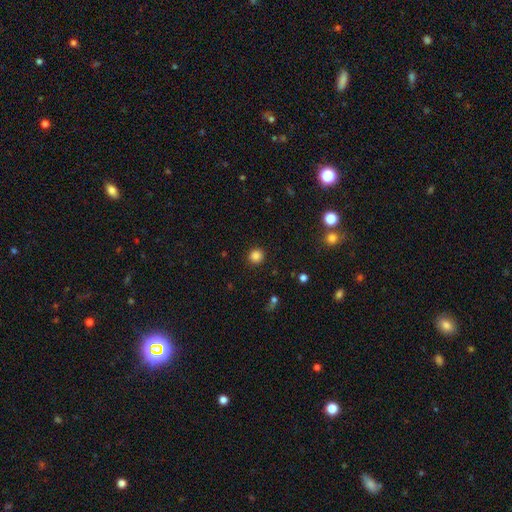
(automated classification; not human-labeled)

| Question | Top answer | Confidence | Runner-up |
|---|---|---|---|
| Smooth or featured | smooth | 85% | star or artifact (12%) |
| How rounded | round | 92% | in between (8%) |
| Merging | none | 92% | minor disturbance (5%) |